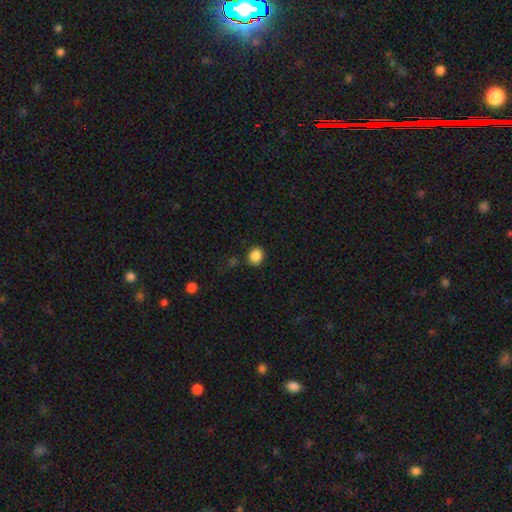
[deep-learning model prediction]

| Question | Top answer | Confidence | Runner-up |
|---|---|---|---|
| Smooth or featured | smooth | 87% | star or artifact (10%) |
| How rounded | round | 65% | in between (34%) |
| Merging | none | 85% | minor disturbance (9%) |